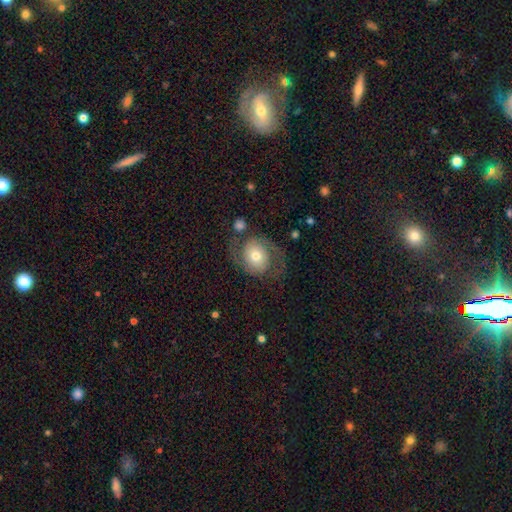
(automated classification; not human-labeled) The model was most divided on "spiral winding": medium: 46%, loose: 35%, tight: 19%. More confident: edge-on disk — no (97%); spiral arm count — 2 (90%); spiral arms — yes (86%); bar — no (76%); smooth or featured — featured or disk (67%); merging — none (61%); bulge size — moderate (61%).